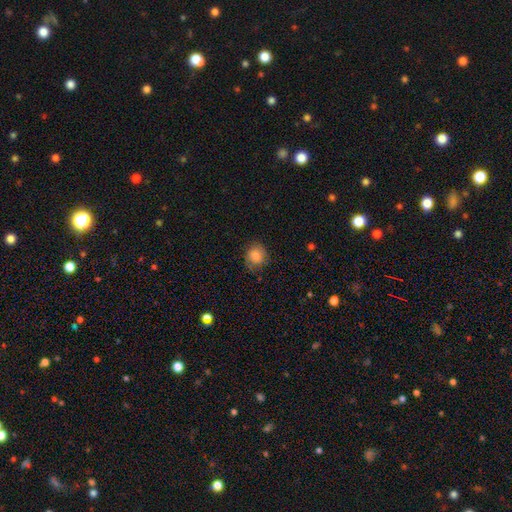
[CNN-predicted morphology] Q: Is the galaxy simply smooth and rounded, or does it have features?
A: smooth — 81%.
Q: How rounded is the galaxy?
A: round — 77%.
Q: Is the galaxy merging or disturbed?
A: none — 74%.